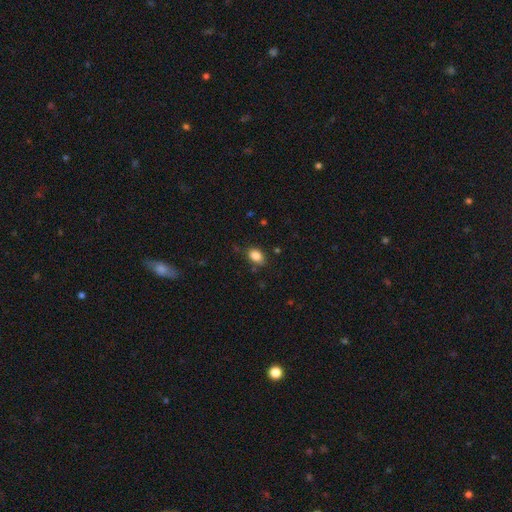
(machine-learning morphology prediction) Smooth or featured?
  - smooth: 85% *
  - star or artifact: 9%
  - featured or disk: 6%
How rounded?
  - in between: 80% *
  - round: 19%
  - cigar-shaped: 2%
Merging?
  - none: 80% *
  - minor disturbance: 15%
  - major disturbance: 3%
  - merger: 2%